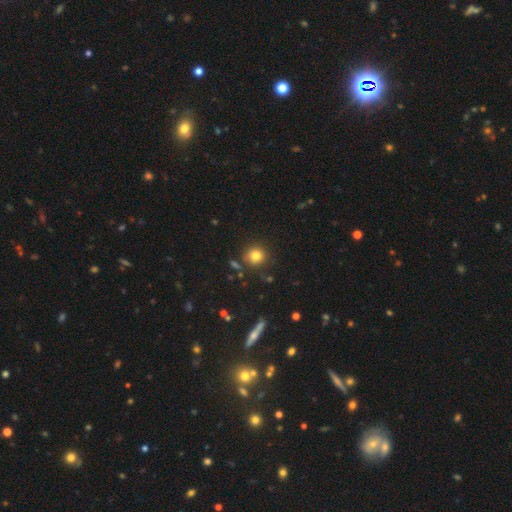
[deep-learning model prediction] Overall: smooth (80%). How rounded: round (90%). Merging: none (81%).